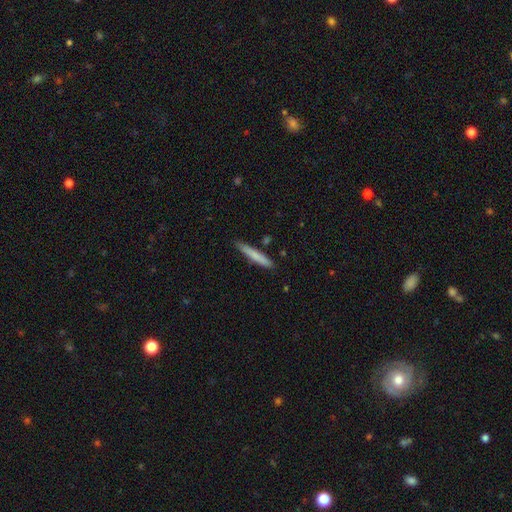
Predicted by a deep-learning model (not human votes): Smooth or featured? Predicted: smooth (p=0.74). How rounded? Predicted: cigar-shaped (p=0.95). Merging? Predicted: none (p=0.86).